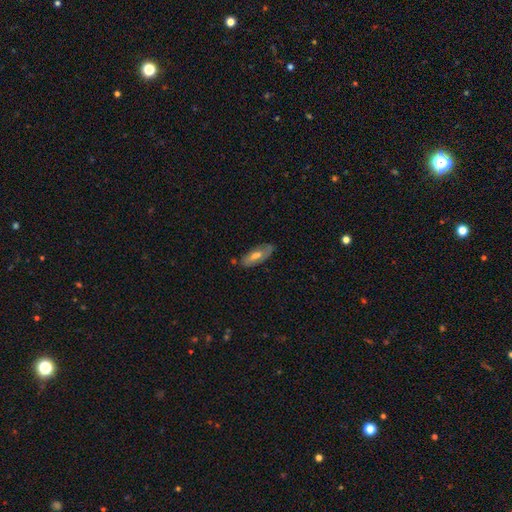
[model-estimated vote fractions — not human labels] Smooth or featured? Predicted: featured or disk (p=0.48). Merging? Predicted: none (p=0.77).